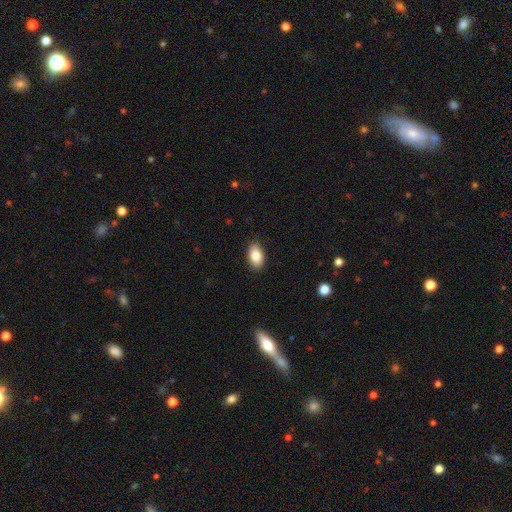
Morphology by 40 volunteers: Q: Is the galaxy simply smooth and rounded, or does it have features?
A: smooth — 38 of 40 (95%).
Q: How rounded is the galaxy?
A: in between — 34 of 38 (89%).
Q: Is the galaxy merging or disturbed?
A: none — 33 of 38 (87%).